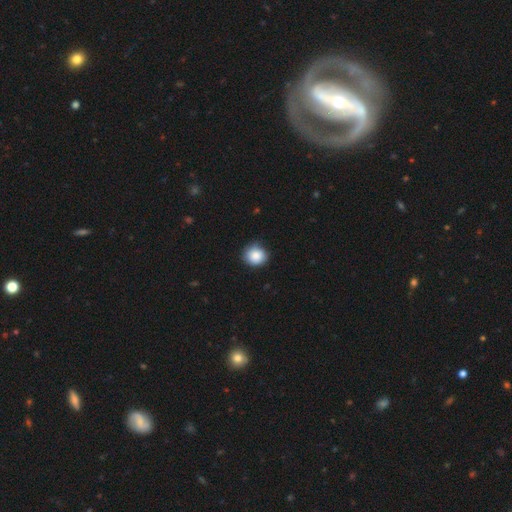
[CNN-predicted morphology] This appears to be a smooth galaxy with no disk features (86%) that is round (87%). Merging: none (79%).